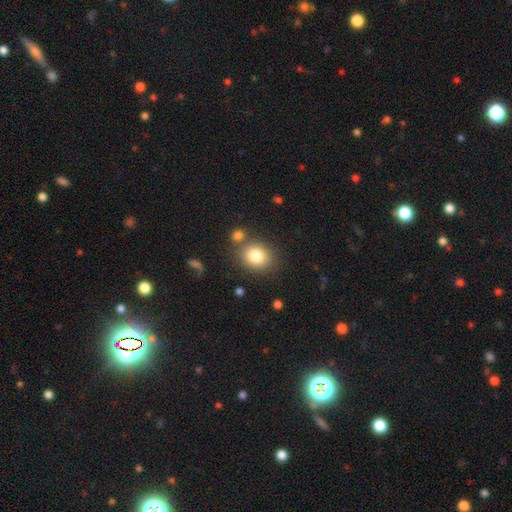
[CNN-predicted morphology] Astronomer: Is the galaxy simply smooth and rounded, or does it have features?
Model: smooth — 81%.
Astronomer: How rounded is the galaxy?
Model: round — 61% (runner-up: in between, 38%).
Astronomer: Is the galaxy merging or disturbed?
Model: none — 73%.